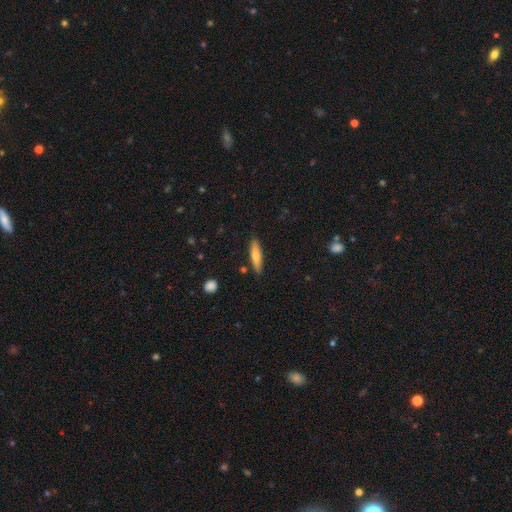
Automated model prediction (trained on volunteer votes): Overall: smooth (64%; featured or disk 30%). How rounded: cigar-shaped (78%). Merging: none (87%).